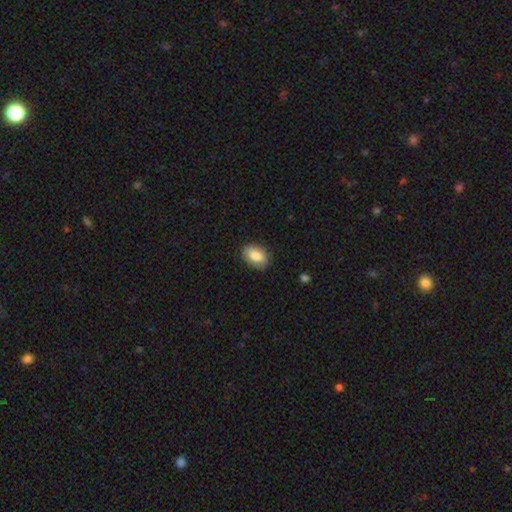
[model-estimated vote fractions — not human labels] This appears to be a smooth galaxy with no disk features (84%) that is in between round and cigar-shaped (88%). Merging: none (86%).